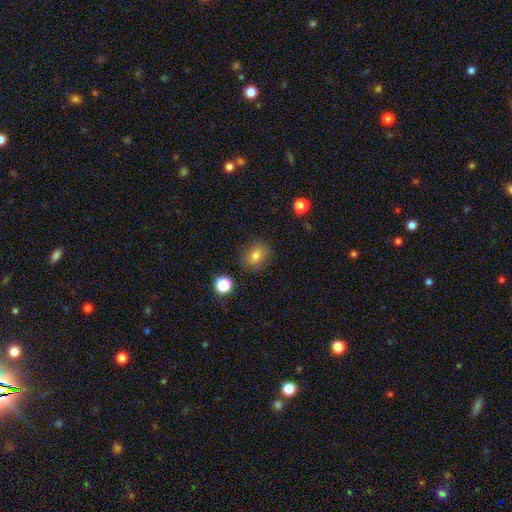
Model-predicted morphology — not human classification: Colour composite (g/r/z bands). It shows a smooth galaxy with no disk features (77%) that is in between round and cigar-shaped (59%). Merging: none (82%).